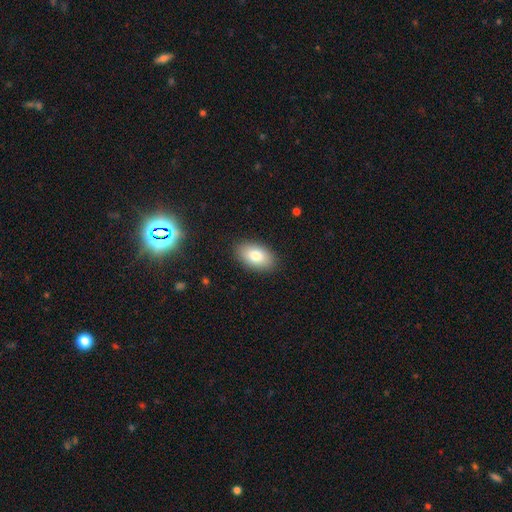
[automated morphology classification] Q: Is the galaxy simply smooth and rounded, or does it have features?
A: smooth — 82%.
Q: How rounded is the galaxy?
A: in between — 92%.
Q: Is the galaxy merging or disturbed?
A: none — 88%.